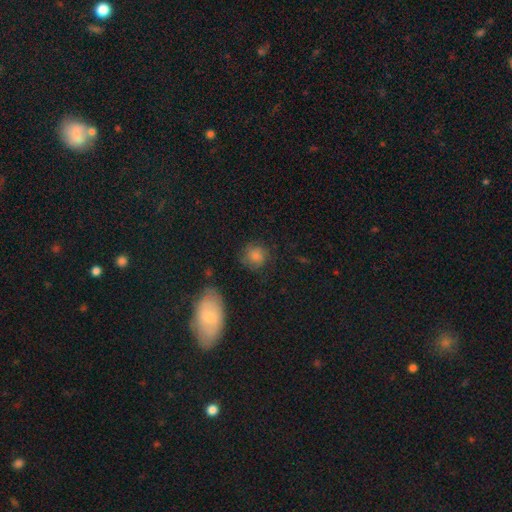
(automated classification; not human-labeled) This is likely a smooth galaxy (75%). How rounded: clearly round (84%). Merging: likely none (74%).